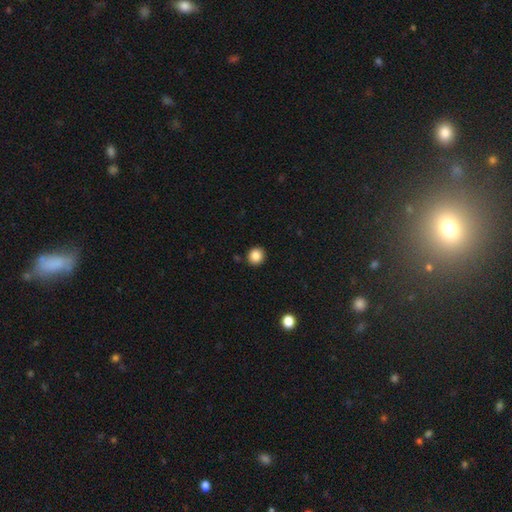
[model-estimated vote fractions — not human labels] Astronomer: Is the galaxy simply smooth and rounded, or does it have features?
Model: smooth — 86%.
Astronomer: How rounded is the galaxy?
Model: round — 88%.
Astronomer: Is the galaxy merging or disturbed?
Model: none — 90%.